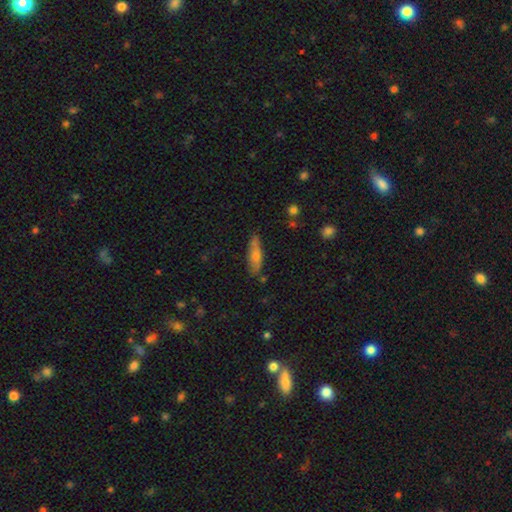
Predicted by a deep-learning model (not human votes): This is likely a smooth galaxy (63%). How rounded: likely cigar-shaped (60%). Merging: likely none (78%).